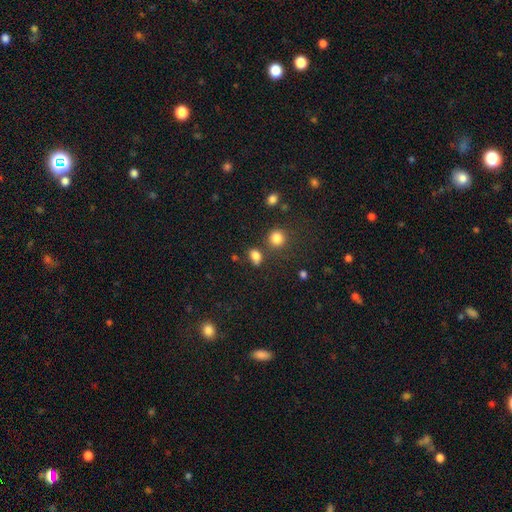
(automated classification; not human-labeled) Overall: smooth (81%). How rounded: in between (72%). Merging: none (66%).